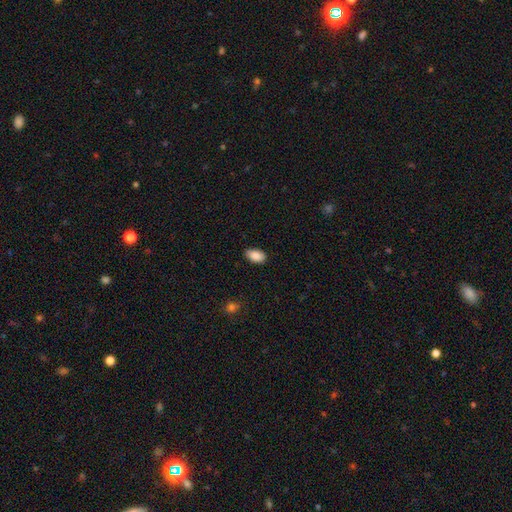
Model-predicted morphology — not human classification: Smooth or featured? Predicted: smooth (p=0.89). How rounded? Predicted: in between (p=0.93). Merging? Predicted: none (p=0.82).